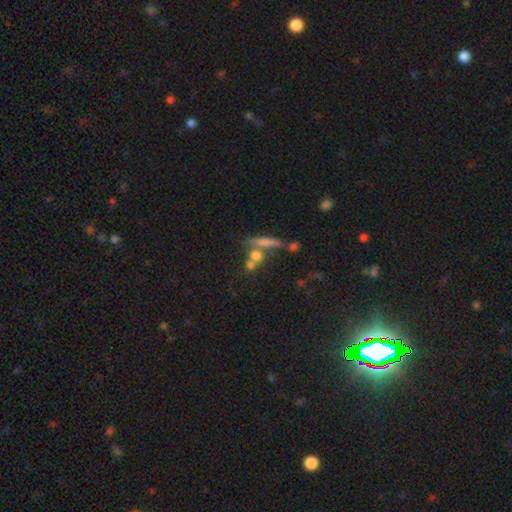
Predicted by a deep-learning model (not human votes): A smooth galaxy with no disk features (65%) that is round (43%). Merging: none (46%).